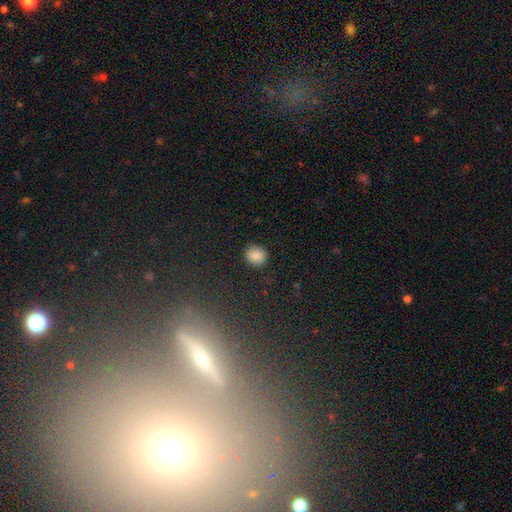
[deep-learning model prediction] A smooth galaxy with no disk features (86%) that is round (74%). Merging: none (87%).